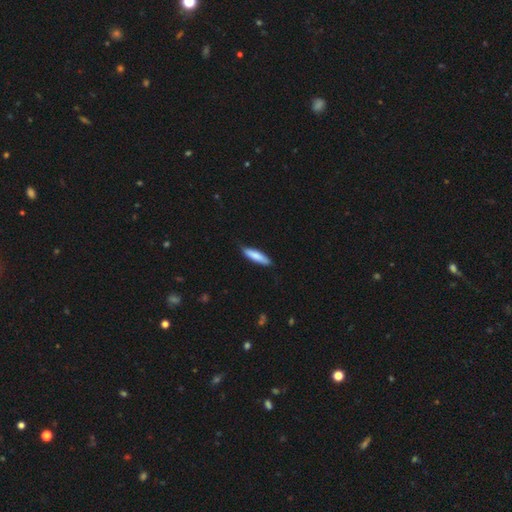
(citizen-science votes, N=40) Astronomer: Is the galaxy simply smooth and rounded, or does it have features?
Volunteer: smooth — 78%.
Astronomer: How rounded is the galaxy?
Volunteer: cigar-shaped — 71%.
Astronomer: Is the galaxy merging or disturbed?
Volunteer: none — 77%.